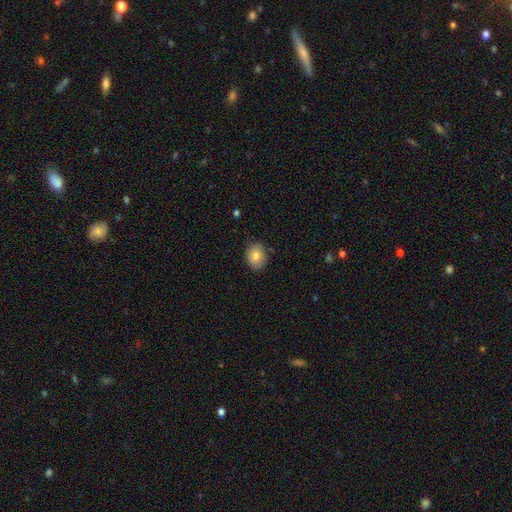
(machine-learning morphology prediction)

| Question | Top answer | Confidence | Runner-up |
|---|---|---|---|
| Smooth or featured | smooth | 81% | featured or disk (11%) |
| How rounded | in between | 51% | round (48%) |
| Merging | none | 82% | minor disturbance (14%) |